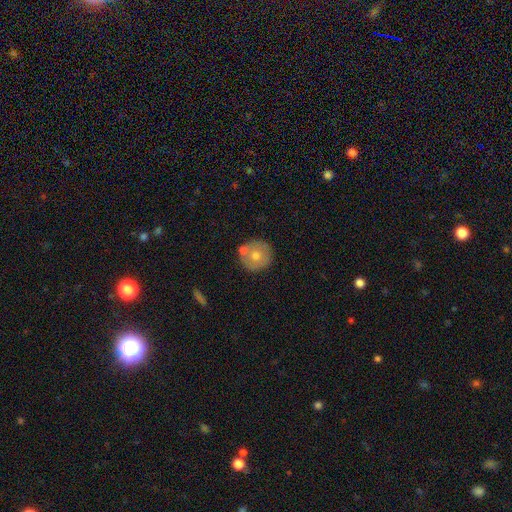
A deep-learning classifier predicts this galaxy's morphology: smooth 60%, featured or disk 31%, star or artifact 9%. Down the decision tree: how rounded — round (94%); merging — none (73%).